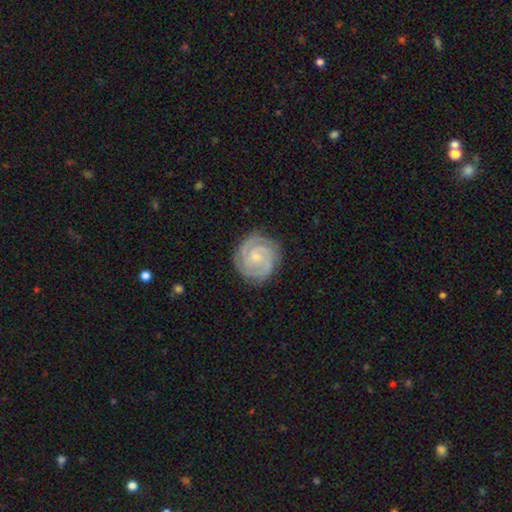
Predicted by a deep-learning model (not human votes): Smooth or featured: featured or disk — 89% (smooth — 6%)
Edge-on disk: no — 98% (yes — 2%)
Bar: no — 62% (weak — 31%)
Spiral arms: yes — 98% (no — 2%)
Spiral winding: tight — 79% (medium — 19%)
Spiral arm count: 2 — 64% (3 — 20%)
Bulge size: small — 66% (moderate — 24%)
Merging: none — 84% (minor disturbance — 12%)